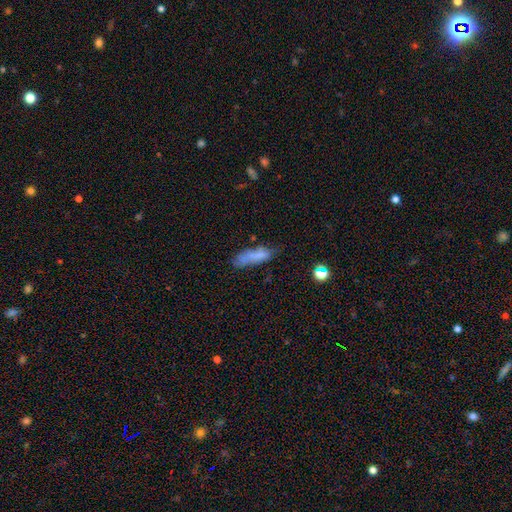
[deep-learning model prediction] smooth 68%, featured or disk 20%, star or artifact 11%. Down the decision tree: how rounded — cigar-shaped (50%); merging — none (47%).